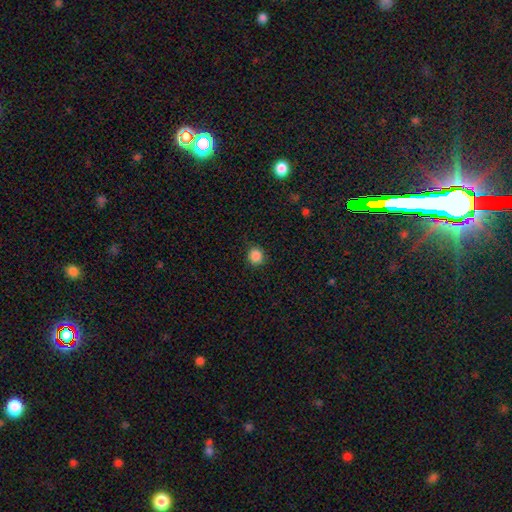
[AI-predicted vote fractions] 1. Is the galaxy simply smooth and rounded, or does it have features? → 87% smooth, 10% star or artifact, 3% featured or disk.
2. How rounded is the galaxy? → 88% round, 11% in between, 1% cigar-shaped.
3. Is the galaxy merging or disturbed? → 88% none, 8% minor disturbance, 2% major disturbance, 1% merger.